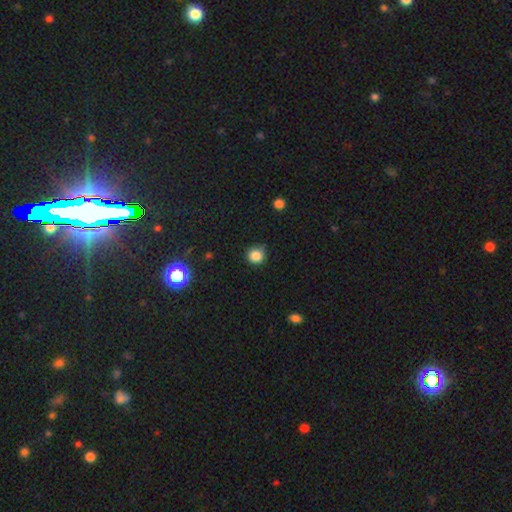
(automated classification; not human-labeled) This is clearly a smooth galaxy (84%). How rounded: clearly round (92%). Merging: clearly none (80%).